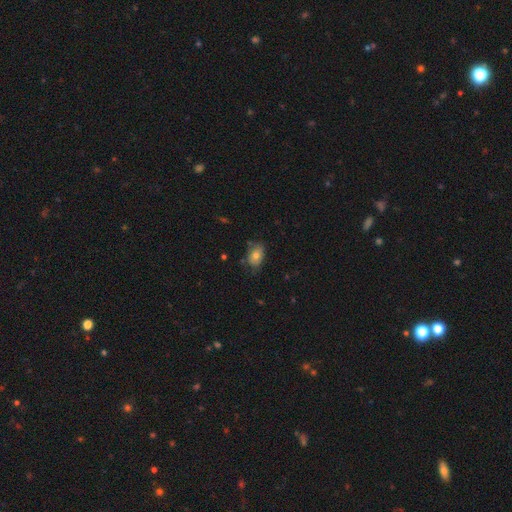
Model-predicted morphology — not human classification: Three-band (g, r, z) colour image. It shows a smooth galaxy with no disk features (75%) that is in between round and cigar-shaped (83%). Merging: none (67%).